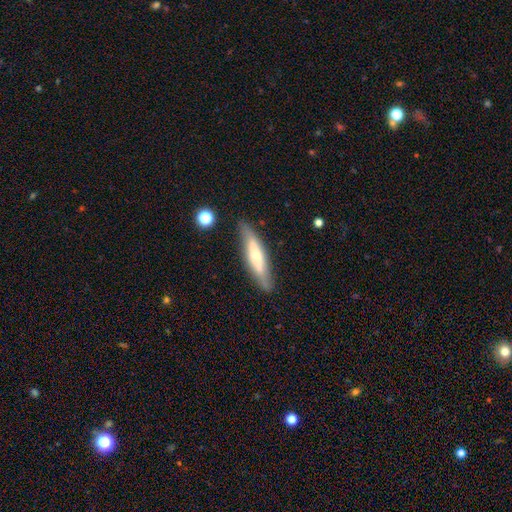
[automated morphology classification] Smooth or featured: smooth — 50% (featured or disk — 43%)
How rounded: cigar-shaped — 82% (in between — 17%)
Merging: none — 83% (minor disturbance — 12%)